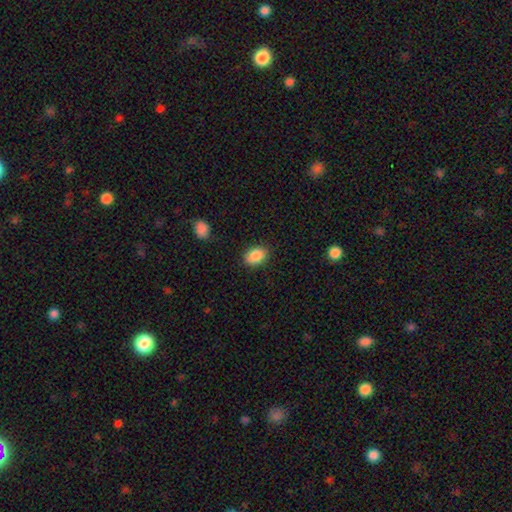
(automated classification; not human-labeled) The model was most divided on "how rounded": in between: 82%, round: 16%, cigar-shaped: 1%. More confident: smooth or featured — smooth (88%); merging — none (86%).